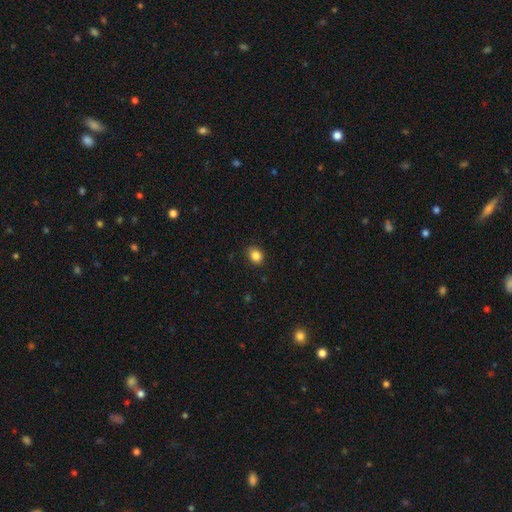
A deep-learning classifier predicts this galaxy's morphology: Smooth or featured? smooth (86%)
How rounded? in between (52%)
Merging? none (88%)